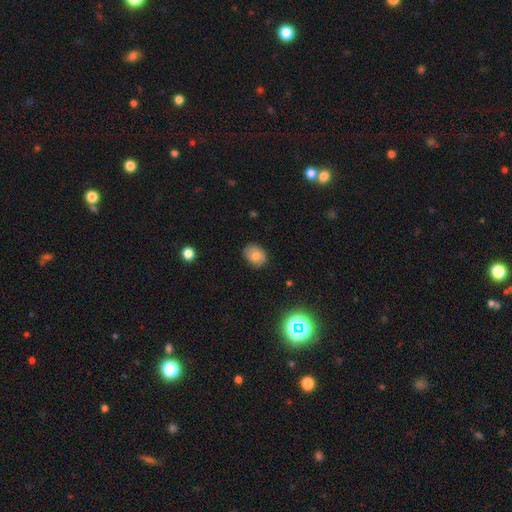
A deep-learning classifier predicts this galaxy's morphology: The model was most divided on "how rounded": in between: 63%, round: 36%, cigar-shaped: 1%. More confident: merging — none (81%); smooth or featured — smooth (78%).